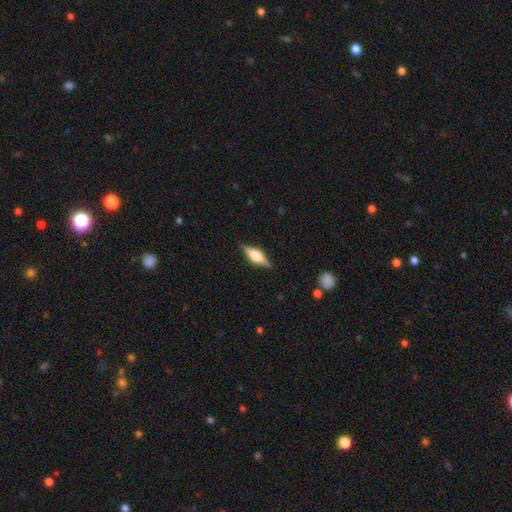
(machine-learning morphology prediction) Smooth or featured? Predicted: featured or disk (p=0.65). Edge-on disk? Predicted: yes (p=0.96). Edge-on bulge? Predicted: rounded (p=0.88). Merging? Predicted: none (p=0.87).